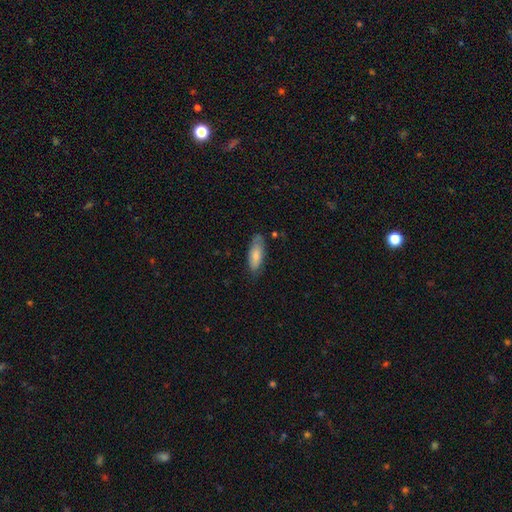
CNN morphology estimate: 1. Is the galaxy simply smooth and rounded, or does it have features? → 78% smooth, 16% featured or disk, 6% star or artifact.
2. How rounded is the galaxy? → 68% in between, 30% cigar-shaped, 2% round.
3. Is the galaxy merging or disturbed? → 69% none, 23% minor disturbance, 5% major disturbance, 2% merger.